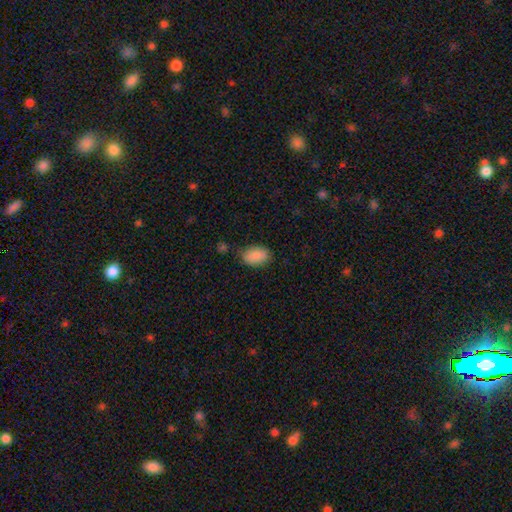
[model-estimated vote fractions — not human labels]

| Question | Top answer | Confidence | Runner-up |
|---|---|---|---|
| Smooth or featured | smooth | 89% | star or artifact (7%) |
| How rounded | in between | 92% | round (7%) |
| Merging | none | 77% | minor disturbance (17%) |